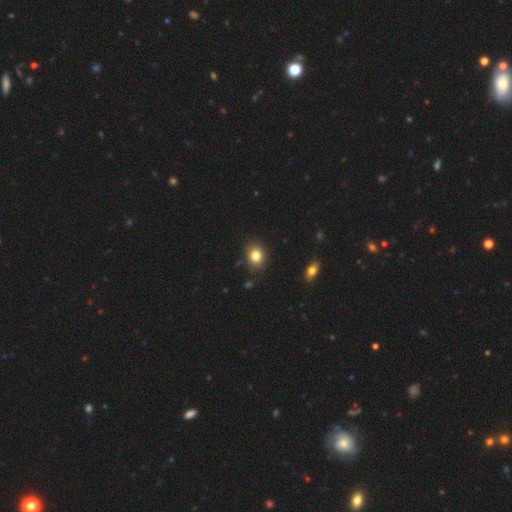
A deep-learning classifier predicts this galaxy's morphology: Smooth or featured? Predicted: smooth (p=0.82). How rounded? Predicted: round (p=0.61). Merging? Predicted: none (p=0.85).